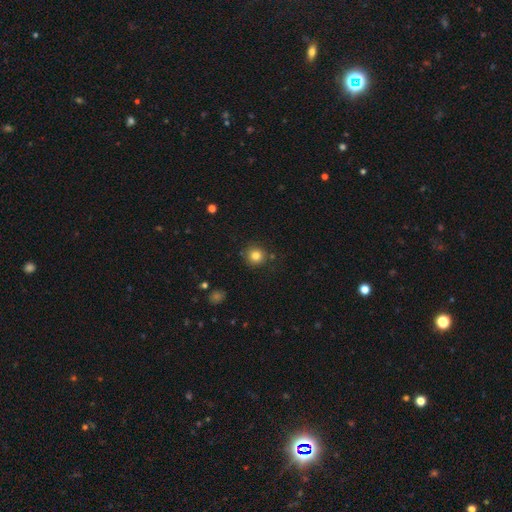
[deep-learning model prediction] A smooth galaxy with no disk features (82%) that is round (93%). Merging: none (85%).